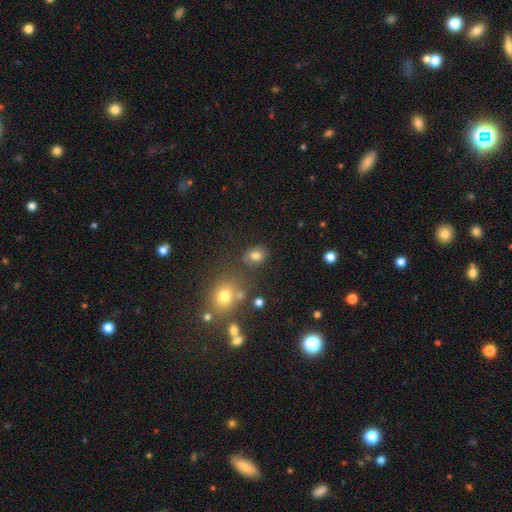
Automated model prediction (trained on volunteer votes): This appears to be a smooth galaxy with no disk features (78%) that is round (52%). Merging: none (76%).